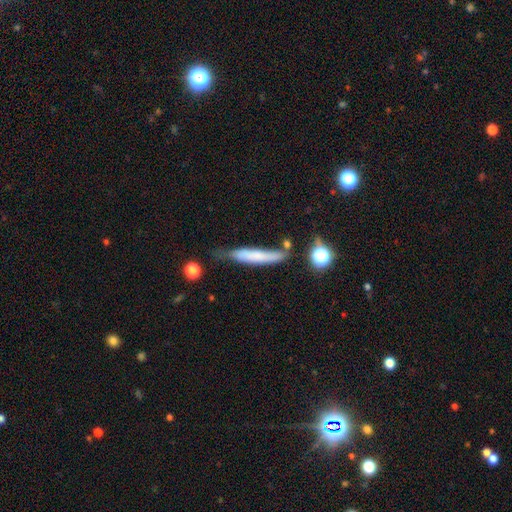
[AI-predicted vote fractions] A smooth galaxy with no disk features (65%) that is cigar-shaped (89%). Merging: none (52%).